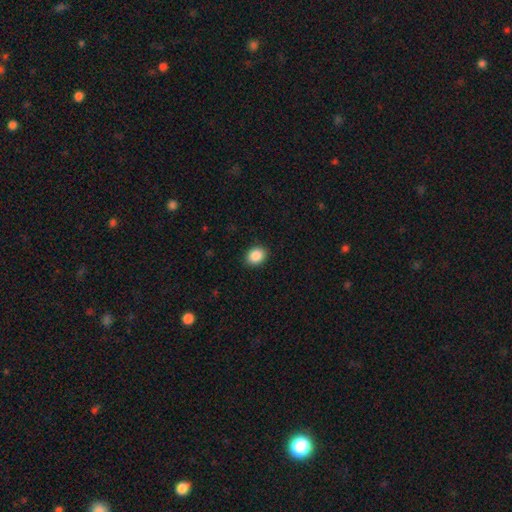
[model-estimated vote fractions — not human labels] smooth-or-featured: smooth: 88% | star or artifact: 8% | featured or disk: 3%
  how-rounded: in between: 55% | round: 44% | cigar-shaped: 1%
  merging: none: 90% | minor disturbance: 7% | major disturbance: 2% | merger: 1%